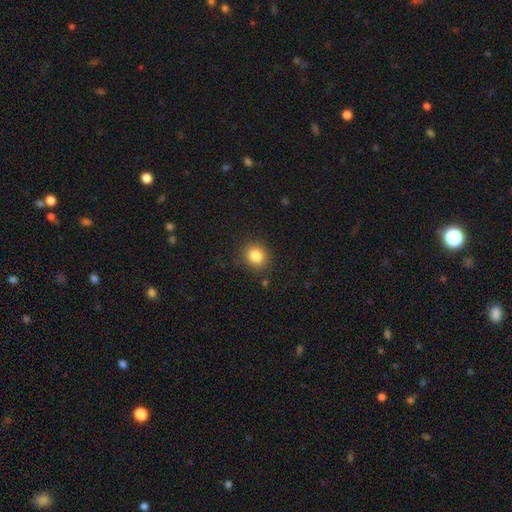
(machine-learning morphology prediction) This appears to be a smooth galaxy with no disk features (83%) that is round (78%). Merging: none (87%).